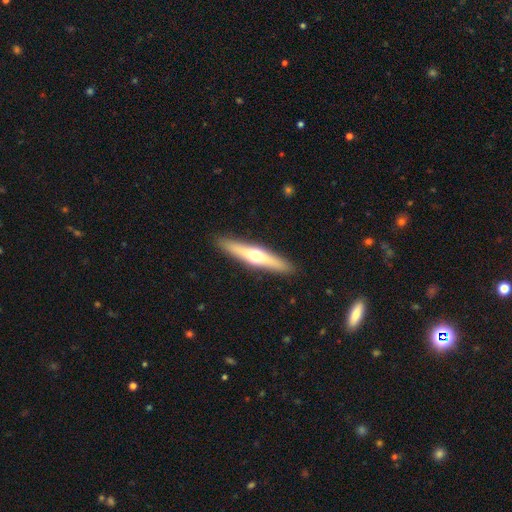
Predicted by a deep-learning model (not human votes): This appears to be a featured or disk galaxy (53%) viewed edge-on (91%). Merging: none (91%).